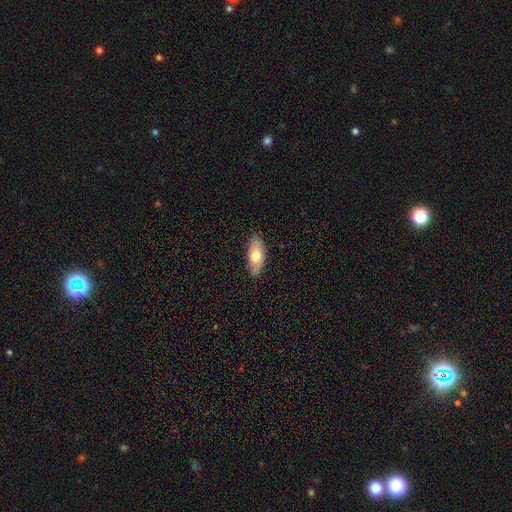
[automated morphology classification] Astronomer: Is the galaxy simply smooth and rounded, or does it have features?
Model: smooth — 68%.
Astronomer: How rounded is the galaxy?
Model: in between — 86%.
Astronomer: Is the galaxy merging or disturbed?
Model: none — 85%.